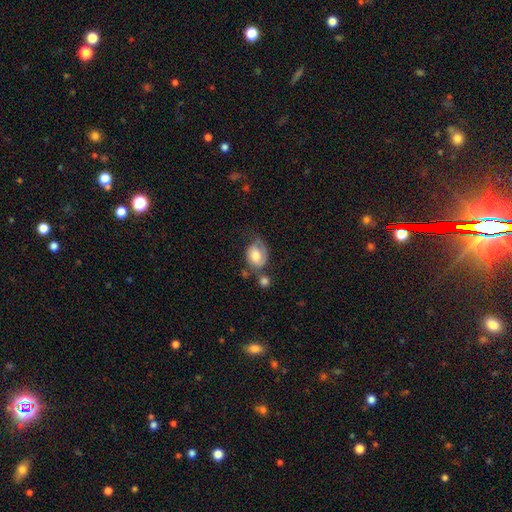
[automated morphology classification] A smooth galaxy with no disk features (48%). Merging: none (35%).